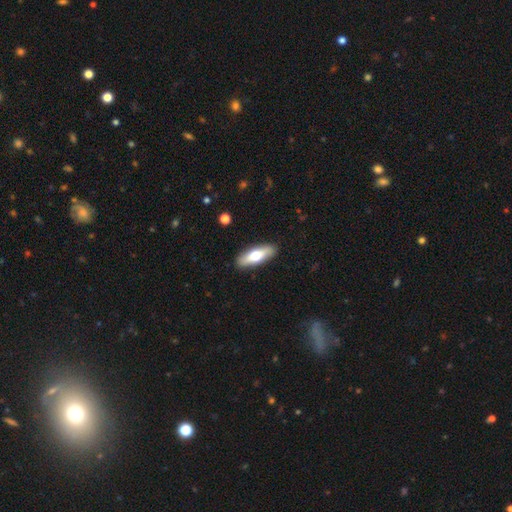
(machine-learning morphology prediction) The model was most divided on "how rounded": in between: 53%, cigar-shaped: 45%, round: 2%. More confident: merging — none (90%); smooth or featured — smooth (61%).